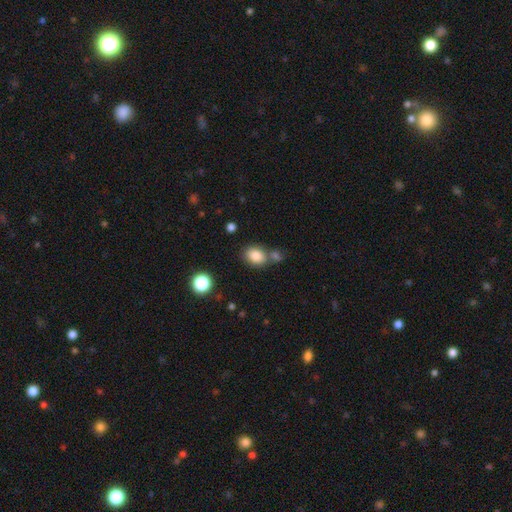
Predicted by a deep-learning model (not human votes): This appears to be a smooth galaxy with no disk features (83%) that is in between round and cigar-shaped (57%). Merging: none (63%).